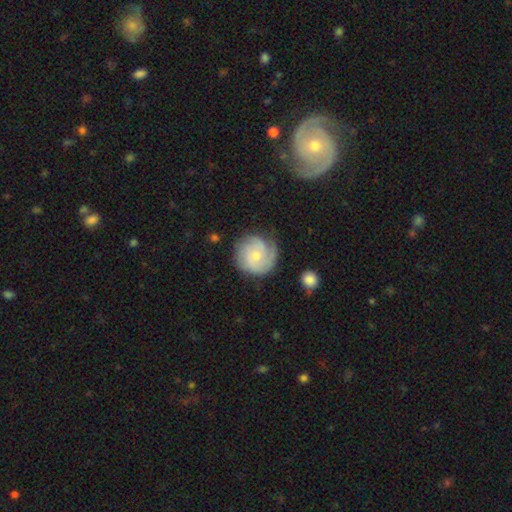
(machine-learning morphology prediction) smooth_or_featured: featured or disk (p=0.68) [alt: smooth p=0.26]
disk_edge_on: no (p=0.98) [alt: yes p=0.02]
bar: no (p=0.76) [alt: weak p=0.22]
has_spiral_arms: yes (p=0.92) [alt: no p=0.08]
spiral_winding: tight (p=0.61) [alt: medium p=0.29]
spiral_arm_count: can't tell (p=0.33) [alt: 2 p=0.23]
bulge_size: small (p=0.67) [alt: moderate p=0.29]
merging: none (p=0.72) [alt: minor disturbance p=0.19]